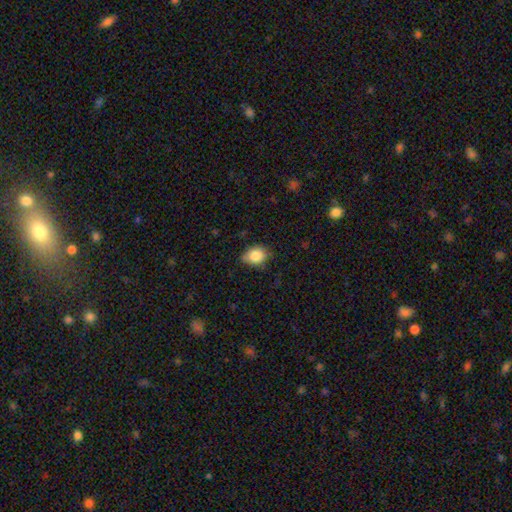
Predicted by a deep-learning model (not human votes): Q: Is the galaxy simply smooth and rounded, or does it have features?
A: smooth — 84%.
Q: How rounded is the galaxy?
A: in between — 57%.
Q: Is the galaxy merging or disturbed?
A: none — 64%.